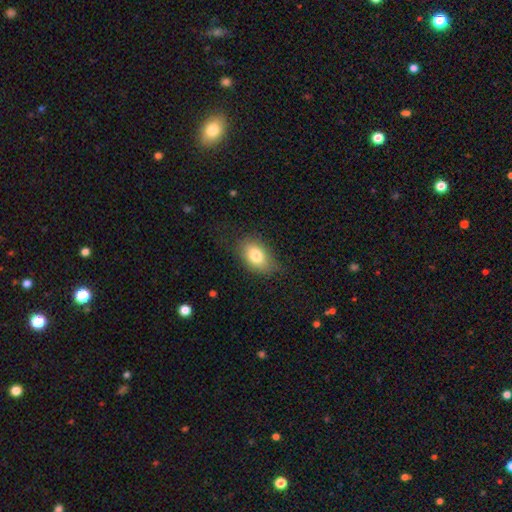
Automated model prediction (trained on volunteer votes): Q: Smooth or featured?
A: smooth (79%); runner-up: featured or disk (12%)
Q: How rounded?
A: in between (86%); runner-up: round (12%)
Q: Merging?
A: none (70%); runner-up: minor disturbance (22%)